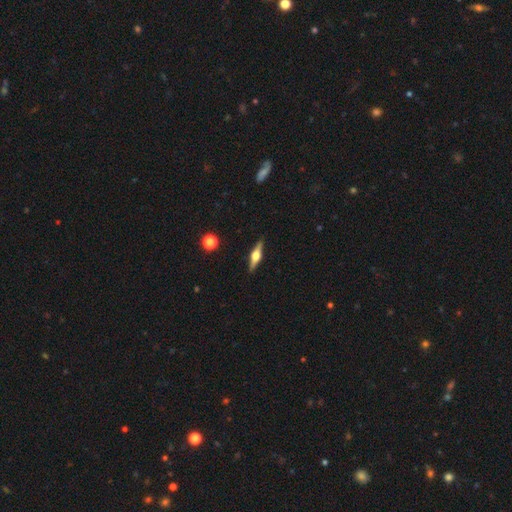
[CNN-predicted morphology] Overall: featured or disk (72%). Edge-on disk: yes (97%). Edge-on bulge: rounded (93%). Merging: none (90%).